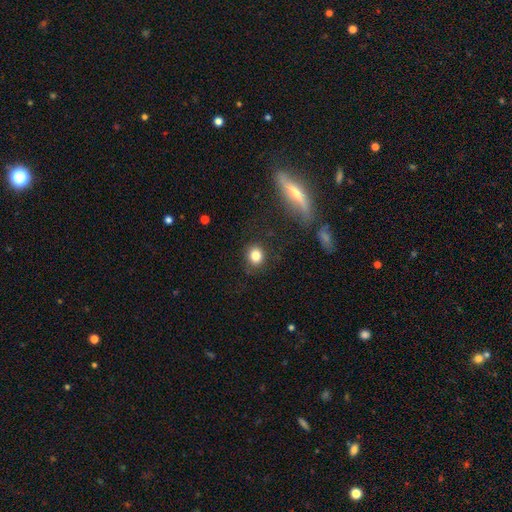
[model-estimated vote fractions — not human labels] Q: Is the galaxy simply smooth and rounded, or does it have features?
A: smooth — 83%.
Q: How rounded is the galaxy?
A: round — 75%.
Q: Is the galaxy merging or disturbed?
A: none — 86%.